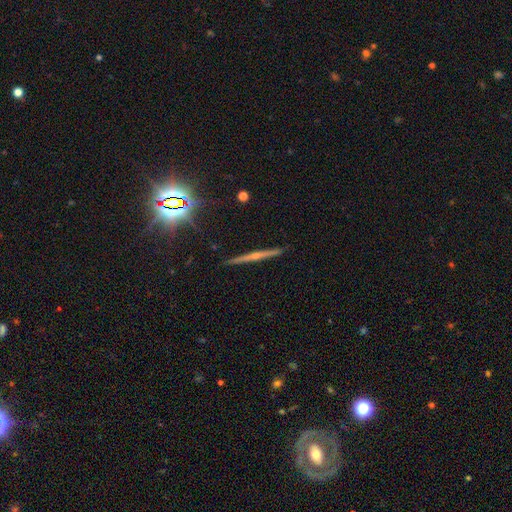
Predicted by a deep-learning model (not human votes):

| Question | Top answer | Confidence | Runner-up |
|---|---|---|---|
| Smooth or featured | featured or disk | 67% | smooth (17%) |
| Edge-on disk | yes | 98% | no (2%) |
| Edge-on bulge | rounded | 71% | none (23%) |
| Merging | none | 91% | minor disturbance (6%) |